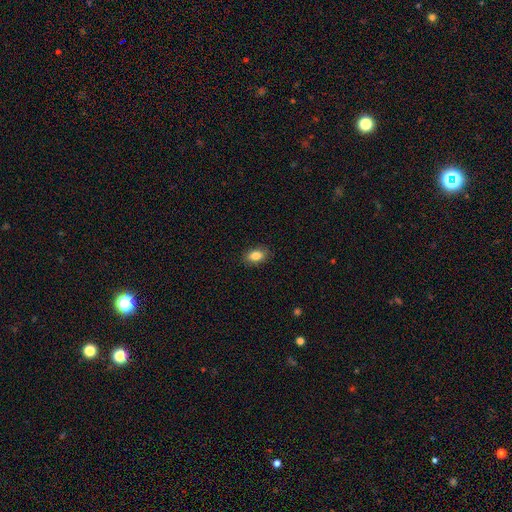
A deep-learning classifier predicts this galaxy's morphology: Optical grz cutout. It shows a smooth galaxy with no disk features (86%) that is in between round and cigar-shaped (85%). Merging: none (88%).